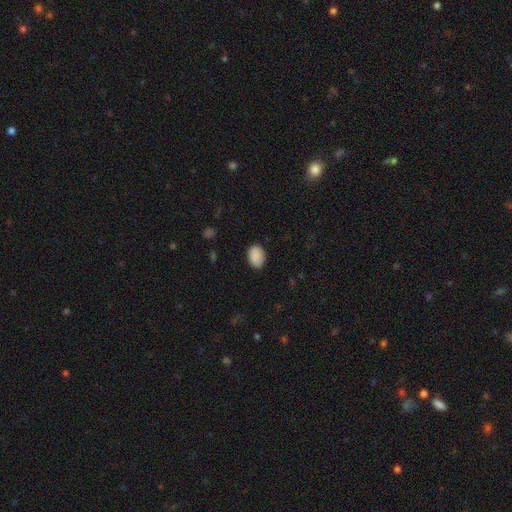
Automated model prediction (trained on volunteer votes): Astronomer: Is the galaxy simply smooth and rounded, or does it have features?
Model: smooth — 89%.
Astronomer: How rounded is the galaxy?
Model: in between — 82%.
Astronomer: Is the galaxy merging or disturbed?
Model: none — 84%.